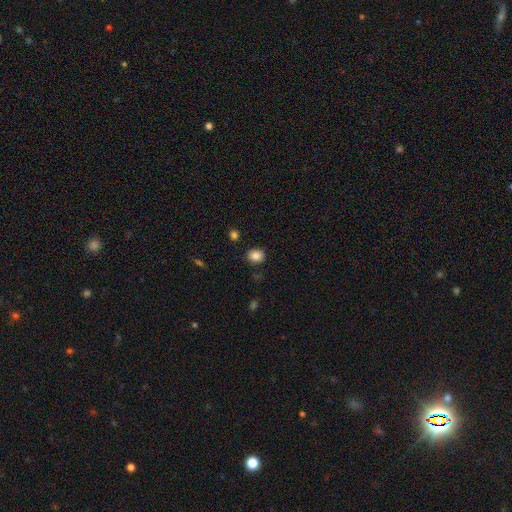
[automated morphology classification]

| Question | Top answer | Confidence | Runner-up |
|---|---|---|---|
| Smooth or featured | smooth | 84% | star or artifact (10%) |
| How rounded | round | 64% | in between (35%) |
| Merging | none | 87% | minor disturbance (9%) |